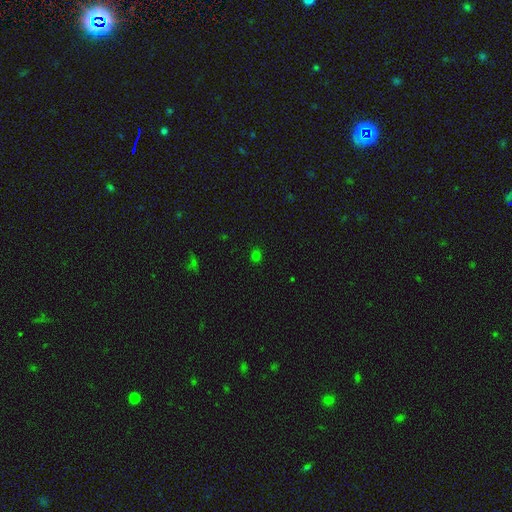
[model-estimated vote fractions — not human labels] Morphology: type=smooth (72%); roundness=round (60%); merging=none (87%).